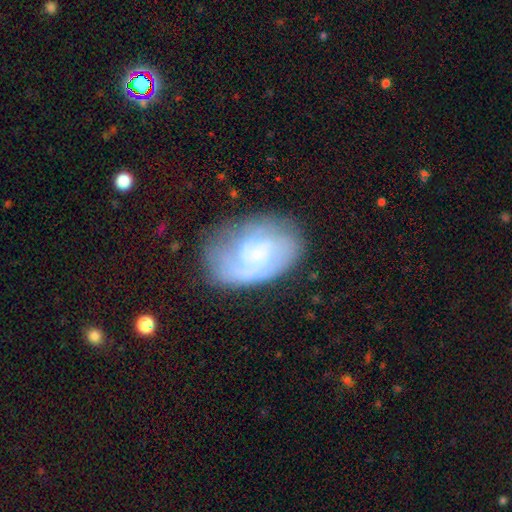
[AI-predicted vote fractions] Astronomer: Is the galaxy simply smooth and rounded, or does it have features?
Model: featured or disk — 66%.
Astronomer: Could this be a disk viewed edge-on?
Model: no — 97%.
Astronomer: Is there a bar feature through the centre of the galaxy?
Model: no — 66%.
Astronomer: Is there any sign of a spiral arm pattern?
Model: yes — 84%.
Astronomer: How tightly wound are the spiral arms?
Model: tight — 48% (runner-up: medium, 35%).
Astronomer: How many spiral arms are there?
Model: can't tell — 30% (runner-up: 2, 27%).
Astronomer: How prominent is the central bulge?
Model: none — 42% (runner-up: small, 31%).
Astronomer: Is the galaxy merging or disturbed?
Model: none — 60%.